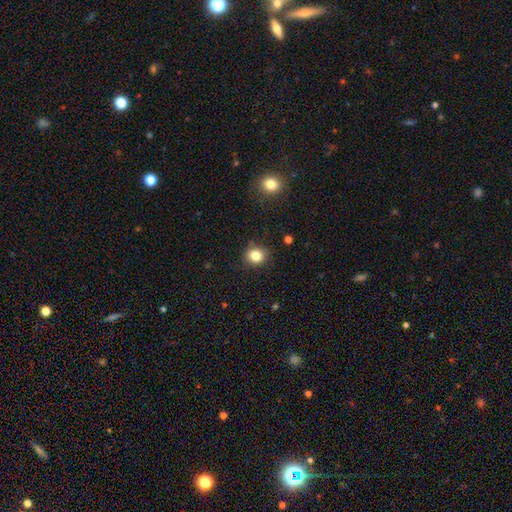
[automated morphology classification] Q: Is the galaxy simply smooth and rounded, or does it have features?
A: smooth — 83%.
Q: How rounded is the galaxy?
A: round — 83%.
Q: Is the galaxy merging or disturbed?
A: none — 87%.